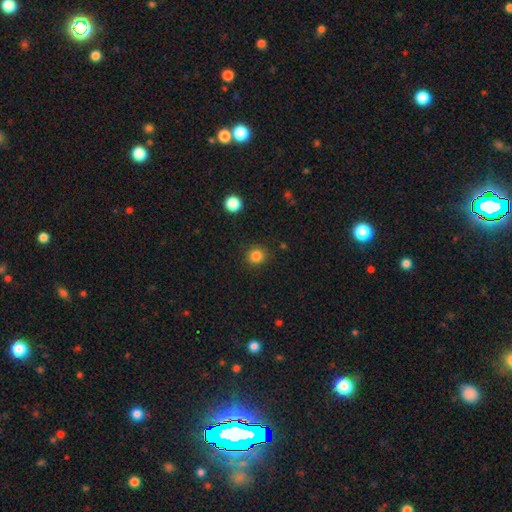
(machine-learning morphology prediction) type=smooth (84%); roundness=round (89%); merging=none (89%).